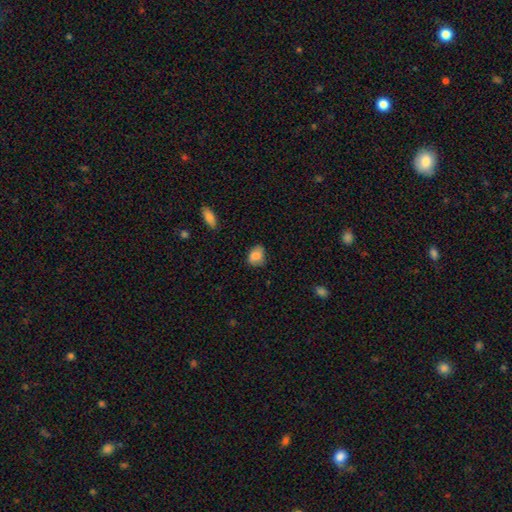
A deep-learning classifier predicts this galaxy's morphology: Smooth or featured? smooth (82%)
How rounded? in between (63%)
Merging? none (68%)